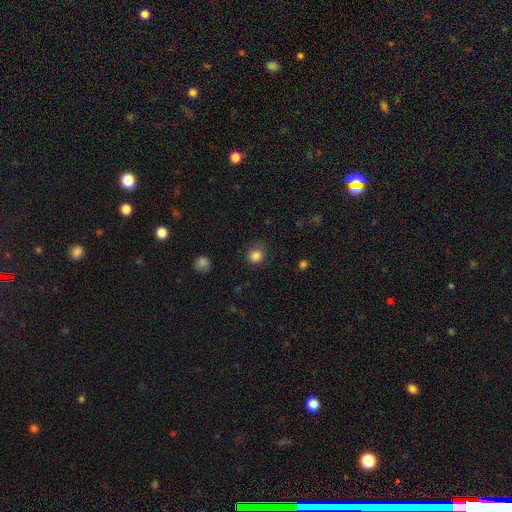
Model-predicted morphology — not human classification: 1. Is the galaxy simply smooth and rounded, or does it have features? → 85% smooth, 11% star or artifact, 4% featured or disk.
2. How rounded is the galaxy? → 87% round, 12% in between, 1% cigar-shaped.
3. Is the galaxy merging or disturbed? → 76% none, 17% minor disturbance, 5% major disturbance, 1% merger.